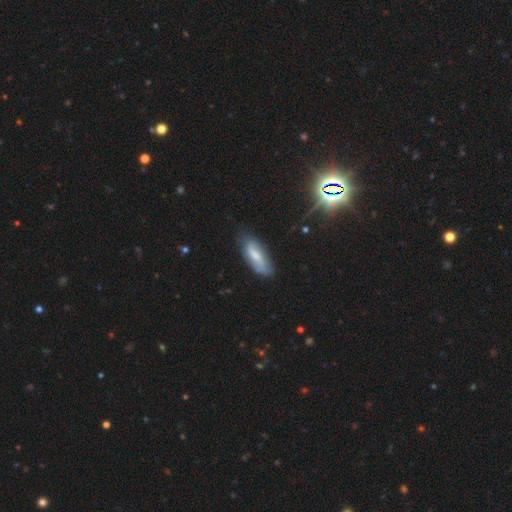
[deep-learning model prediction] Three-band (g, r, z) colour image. It shows a smooth galaxy with no disk features (56%) that is in between round and cigar-shaped (65%). Merging: none (70%).